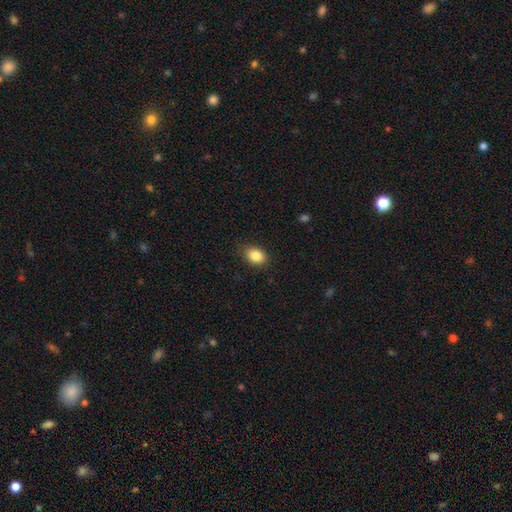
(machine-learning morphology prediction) Q: Smooth or featured?
A: smooth (85%); runner-up: star or artifact (9%)
Q: How rounded?
A: in between (73%); runner-up: round (26%)
Q: Merging?
A: none (86%); runner-up: minor disturbance (11%)